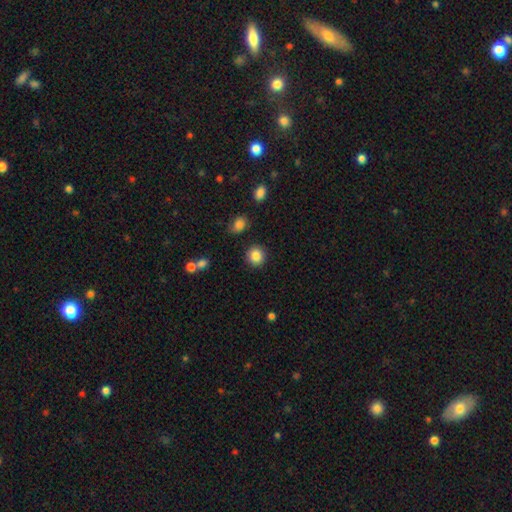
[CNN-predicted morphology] The model was most divided on "smooth or featured": smooth: 86%, star or artifact: 9%, featured or disk: 5%. More confident: merging — none (89%); how rounded — round (89%).